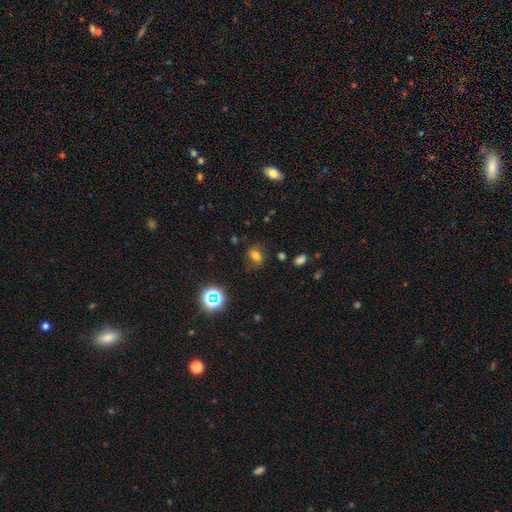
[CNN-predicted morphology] Smooth or featured?
  - smooth: 67% *
  - star or artifact: 21%
  - featured or disk: 12%
How rounded?
  - in between: 69% *
  - round: 29%
  - cigar-shaped: 2%
Merging?
  - none: 76% *
  - minor disturbance: 16%
  - major disturbance: 5%
  - merger: 2%